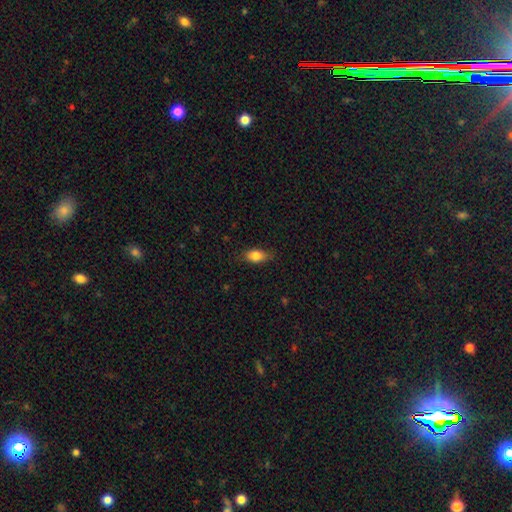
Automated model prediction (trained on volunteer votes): smooth_or_featured: smooth (p=0.83) [alt: featured or disk p=0.10]
how_rounded: in between (p=0.84) [alt: round p=0.09]
merging: none (p=0.81) [alt: minor disturbance p=0.15]